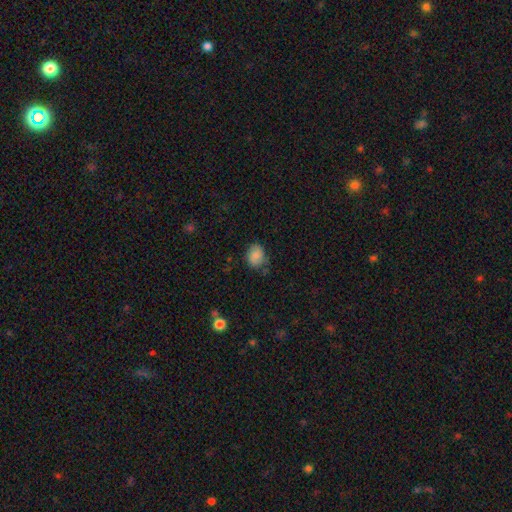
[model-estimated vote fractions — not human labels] smooth-or-featured: smooth: 84% | star or artifact: 9% | featured or disk: 8%
  how-rounded: in between: 54% | round: 45% | cigar-shaped: 1%
  merging: none: 67% | minor disturbance: 25% | major disturbance: 6% | merger: 2%